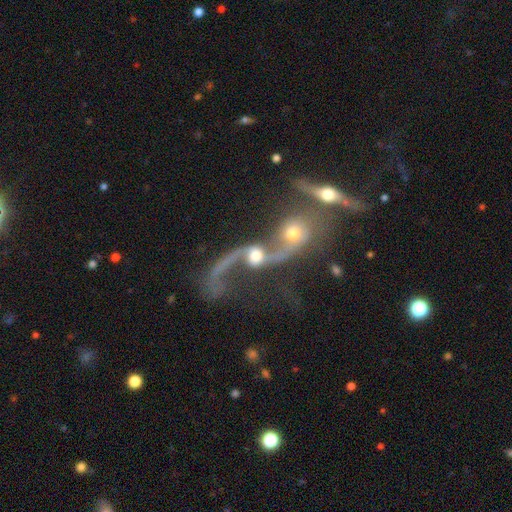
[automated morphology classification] smooth-or-featured: featured or disk: 74% | smooth: 17% | star or artifact: 9%
  disk-edge-on: no: 94% | yes: 6%
    bar: no: 63% | weak: 26% | strong: 11%
    has-spiral-arms: yes: 87% | no: 13%
      spiral-winding: loose: 90% | medium: 8% | tight: 2%
      spiral-arm-count: 2: 82% | 1: 12% | can't tell: 2% | 3: 1% | 4: 1% | more than 4: 1%
    bulge-size: moderate: 56% | small: 18% | large: 18% | dominant: 5% | none: 4%
  merging: merger: 77% | none: 11% | major disturbance: 8% | minor disturbance: 4%